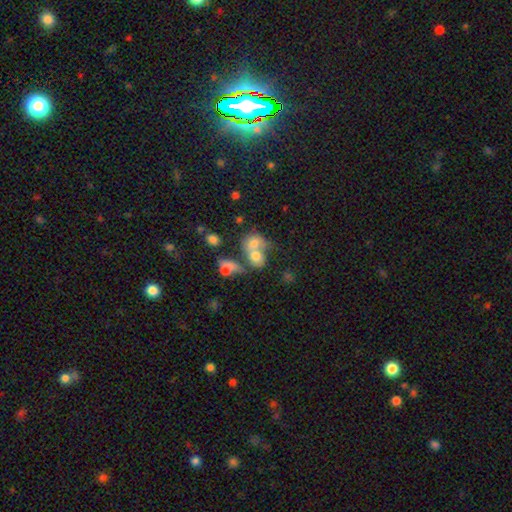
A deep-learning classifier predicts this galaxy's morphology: smooth_or_featured: smooth (p=0.68) [alt: featured or disk p=0.20]
how_rounded: in between (p=0.52) [alt: round p=0.46]
merging: merger (p=0.69) [alt: none p=0.18]